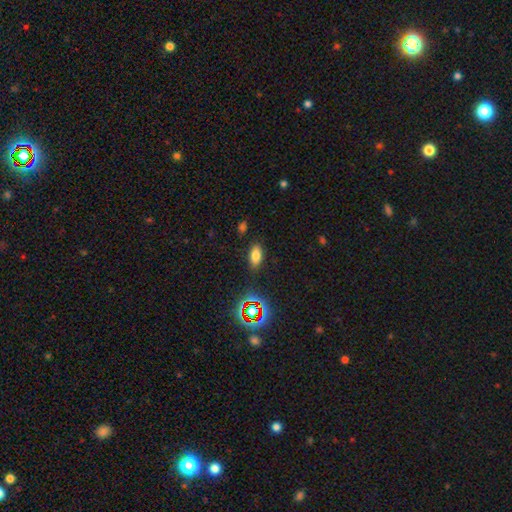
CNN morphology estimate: Overall: smooth (74%). How rounded: in between (87%). Merging: none (85%).